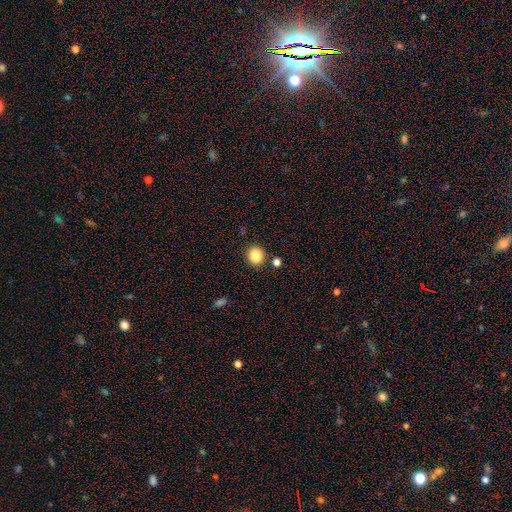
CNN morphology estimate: Smooth or featured? Predicted: smooth (p=0.86). How rounded? Predicted: round (p=0.82). Merging? Predicted: none (p=0.87).